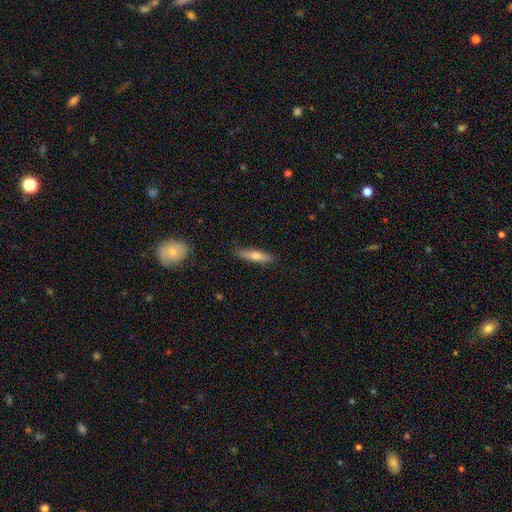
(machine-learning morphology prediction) smooth 60%, featured or disk 34%, star or artifact 6%. Down the decision tree: how rounded — cigar-shaped (81%); merging — none (85%).